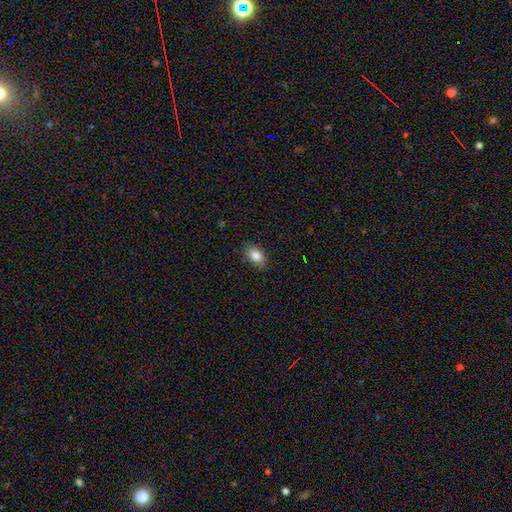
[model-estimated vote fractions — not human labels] smooth-or-featured: smooth: 85% | star or artifact: 8% | featured or disk: 7%
  how-rounded: in between: 86% | round: 12% | cigar-shaped: 2%
  merging: none: 85% | minor disturbance: 12% | major disturbance: 3% | merger: 1%